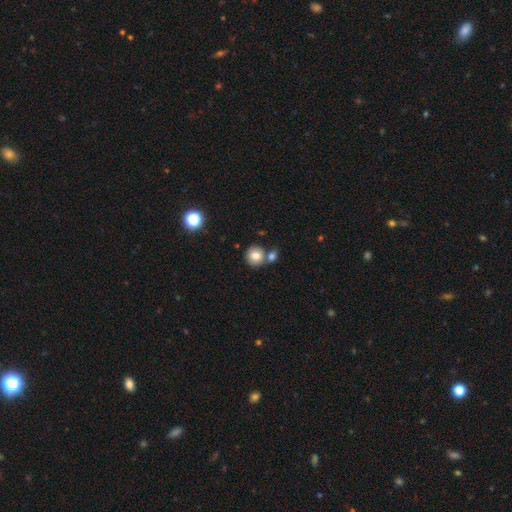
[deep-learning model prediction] The model was most divided on "merging": none: 60%, merger: 29%, minor disturbance: 9%, major disturbance: 3%. More confident: how rounded — round (89%); smooth or featured — smooth (81%).